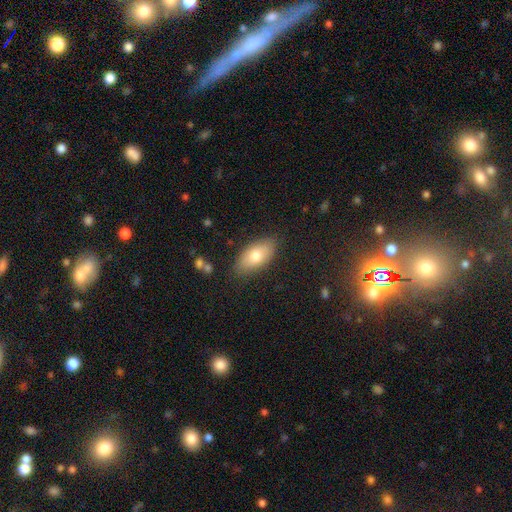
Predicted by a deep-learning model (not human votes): Morphology: type=smooth (74%); roundness=in between (89%); merging=none (83%).